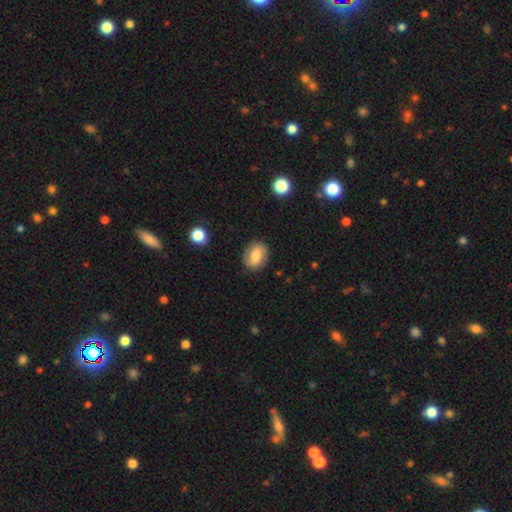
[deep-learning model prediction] This appears to be a smooth galaxy with no disk features (64%) that is in between round and cigar-shaped (57%). Merging: none (84%).